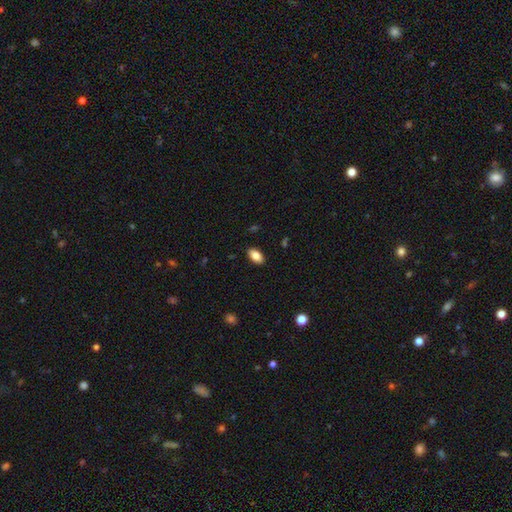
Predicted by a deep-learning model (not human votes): smooth-or-featured: smooth: 84% | featured or disk: 8% | star or artifact: 8%
  how-rounded: in between: 93% | round: 5% | cigar-shaped: 3%
  merging: none: 89% | minor disturbance: 8% | major disturbance: 2% | merger: 1%